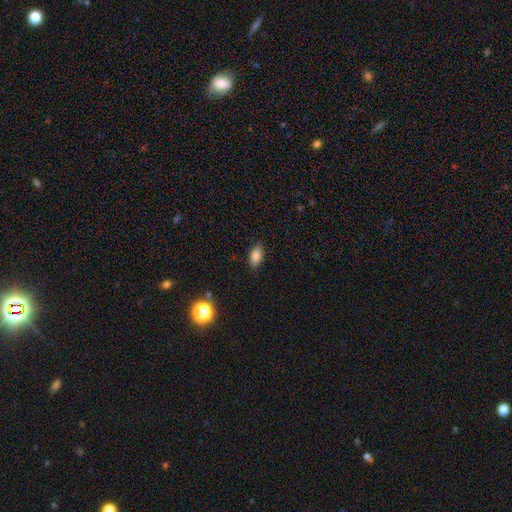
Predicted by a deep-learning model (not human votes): A smooth galaxy with no disk features (83%) that is in between round and cigar-shaped (88%).

Vote fractions:
- Smooth or featured? smooth: 83% / star or artifact: 10% / featured or disk: 7%
- How rounded? in between: 88% / round: 6% / cigar-shaped: 5%
- Merging? none: 85% / minor disturbance: 11% / major disturbance: 2% / merger: 1%